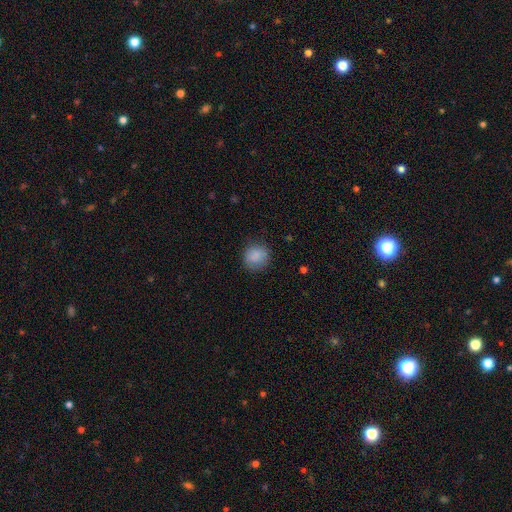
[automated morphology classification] A smooth galaxy with no disk features (86%) that is round (81%).

Vote fractions:
- Smooth or featured? smooth: 86% / star or artifact: 8% / featured or disk: 5%
- How rounded? round: 81% / in between: 18% / cigar-shaped: 1%
- Merging? none: 82% / minor disturbance: 13% / major disturbance: 4% / merger: 1%